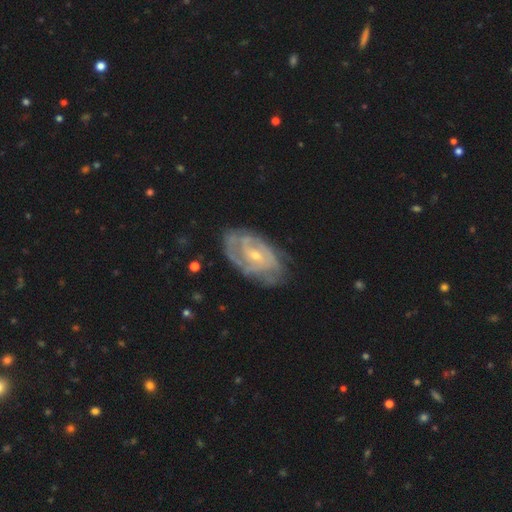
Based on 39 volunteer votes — This appears to be a featured or disk galaxy (87%) with no bar (52%), 2 (50%) tight (83%) spiral arms (97%) and a small central bulge (68%). Merging: none (68%).